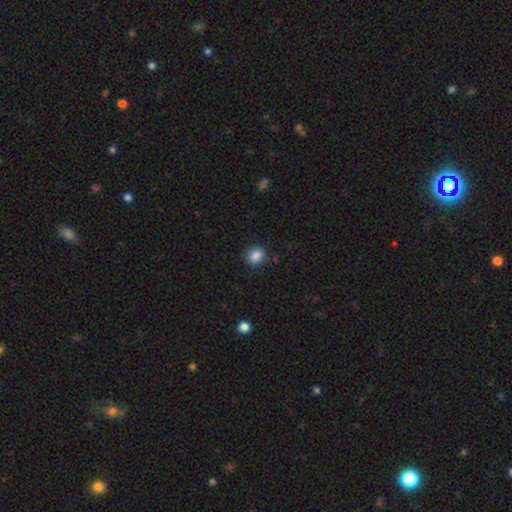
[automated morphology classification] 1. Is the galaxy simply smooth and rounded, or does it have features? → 87% smooth, 10% star or artifact, 4% featured or disk.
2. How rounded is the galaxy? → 56% round, 43% in between, 1% cigar-shaped.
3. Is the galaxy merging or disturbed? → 86% none, 10% minor disturbance, 3% major disturbance, 1% merger.